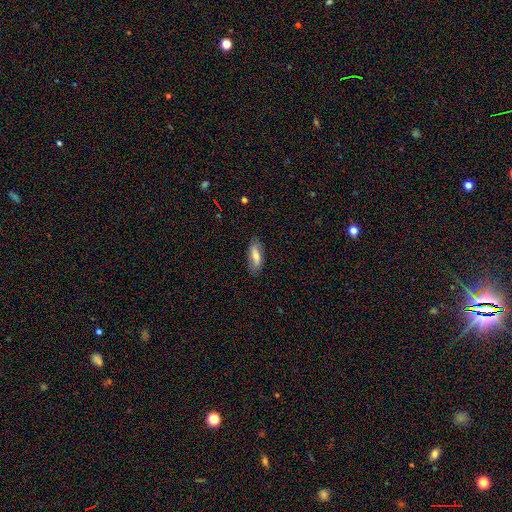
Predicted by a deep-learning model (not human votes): Morphology: type=smooth (66%); roundness=in between (69%); merging=none (81%).